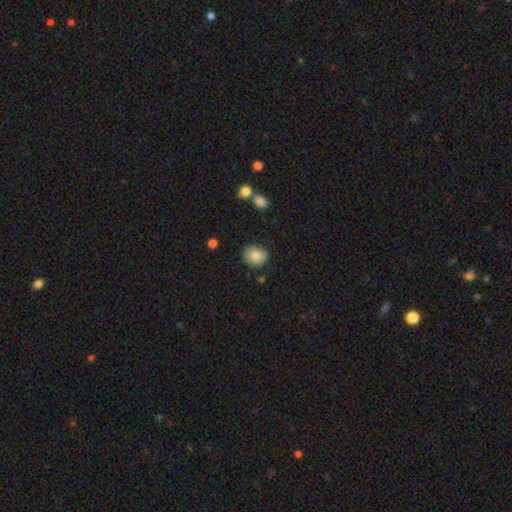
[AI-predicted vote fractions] smooth_or_featured: smooth (p=0.86) [alt: star or artifact p=0.08]
how_rounded: round (p=0.66) [alt: in between p=0.33]
merging: none (p=0.75) [alt: minor disturbance p=0.18]